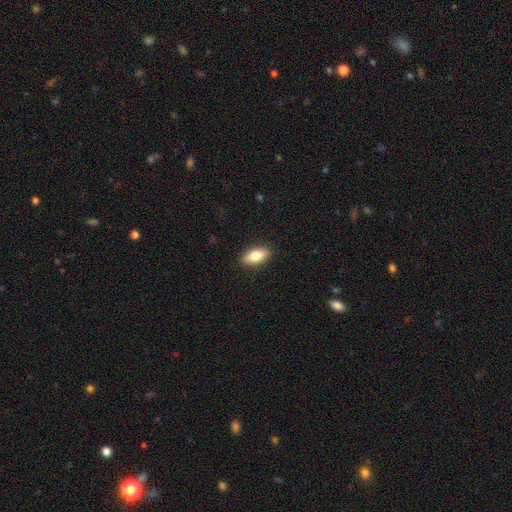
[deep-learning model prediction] Overall: smooth (79%). How rounded: in between (87%). Merging: none (90%).